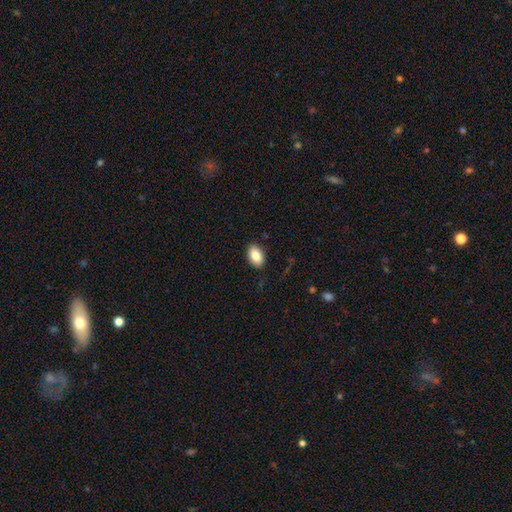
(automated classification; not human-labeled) smooth_or_featured: smooth (p=0.85) [alt: featured or disk p=0.08]
how_rounded: in between (p=0.90) [alt: round p=0.08]
merging: none (p=0.88) [alt: minor disturbance p=0.09]